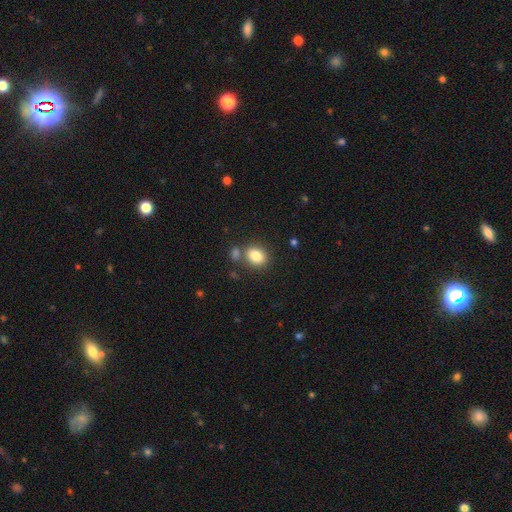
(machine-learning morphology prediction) The model was most divided on "how rounded": in between: 64%, round: 35%, cigar-shaped: 1%. More confident: smooth or featured — smooth (84%); merging — none (66%).